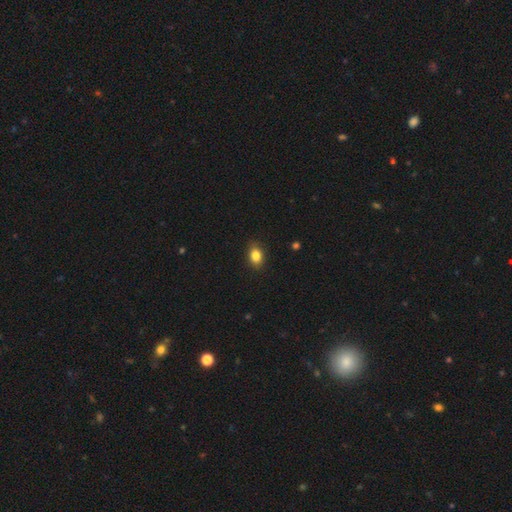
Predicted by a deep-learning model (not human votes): This is clearly a smooth galaxy (85%). How rounded: likely in between (76%). Merging: clearly none (87%).